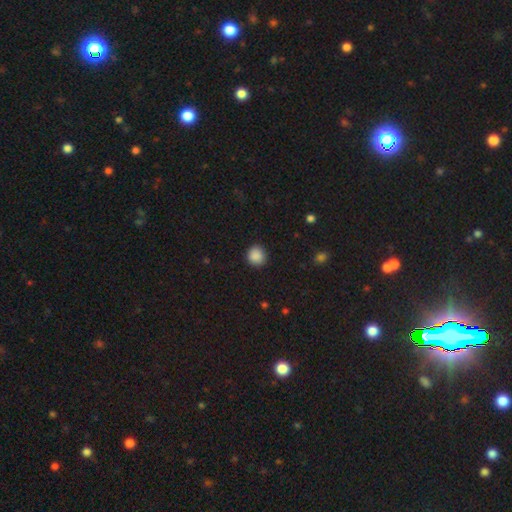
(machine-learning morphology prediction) Smooth or featured? Predicted: smooth (p=0.88). How rounded? Predicted: round (p=0.89). Merging? Predicted: none (p=0.90).